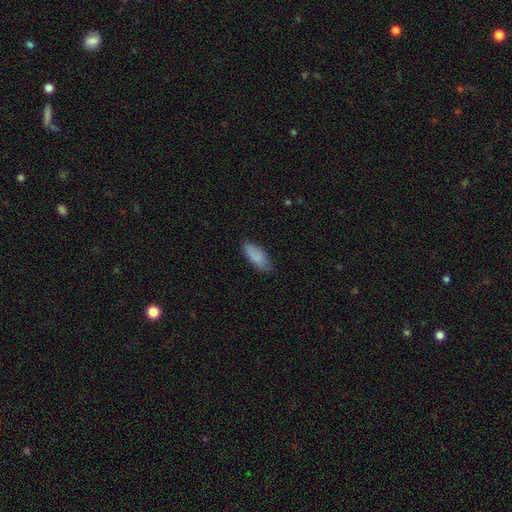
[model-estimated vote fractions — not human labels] Overall: smooth (86%). How rounded: in between (76%). Merging: none (78%).